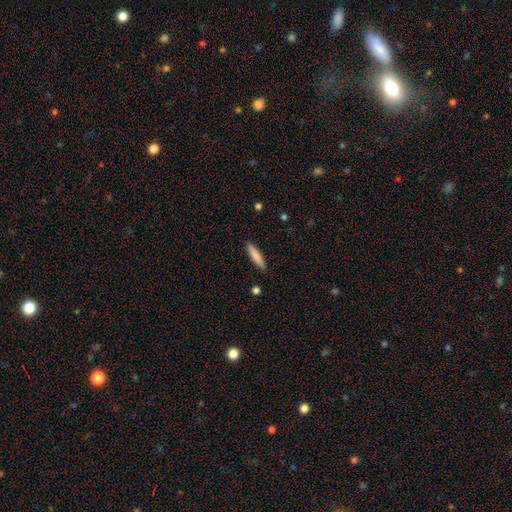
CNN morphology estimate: smooth_or_featured: smooth (p=0.79) [alt: featured or disk p=0.15]
how_rounded: cigar-shaped (p=0.85) [alt: in between p=0.13]
merging: none (p=0.90) [alt: minor disturbance p=0.08]